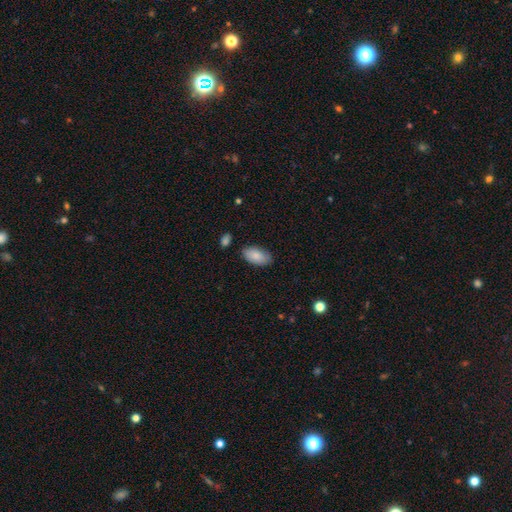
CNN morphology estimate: Q: Smooth or featured?
A: smooth (86%); runner-up: featured or disk (8%)
Q: How rounded?
A: in between (95%); runner-up: round (3%)
Q: Merging?
A: none (83%); runner-up: minor disturbance (13%)